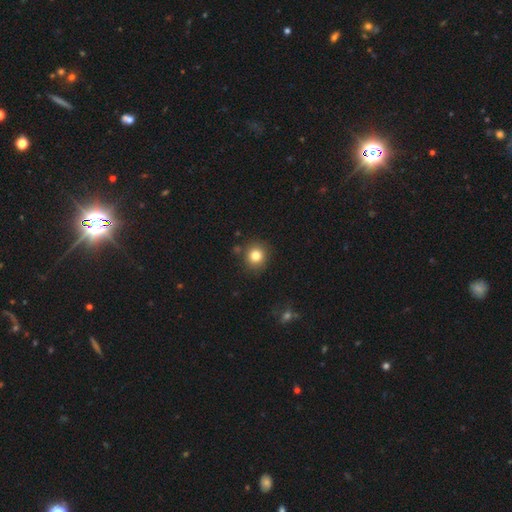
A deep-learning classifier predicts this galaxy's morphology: Smooth or featured?
  - smooth: 81% *
  - star or artifact: 12%
  - featured or disk: 7%
How rounded?
  - round: 87% *
  - in between: 12%
  - cigar-shaped: 1%
Merging?
  - none: 84% *
  - minor disturbance: 10%
  - merger: 4%
  - major disturbance: 3%